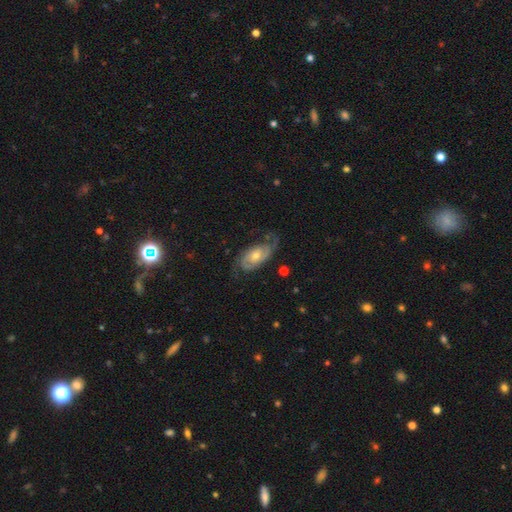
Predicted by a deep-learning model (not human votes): The model was most divided on "spiral winding": tight: 44%, medium: 38%, loose: 18%. More confident: edge-on disk — no (95%); spiral arms — yes (94%); smooth or featured — featured or disk (81%); spiral arm count — 2 (80%); bar — no (71%); merging — none (69%); bulge size — moderate (51%).